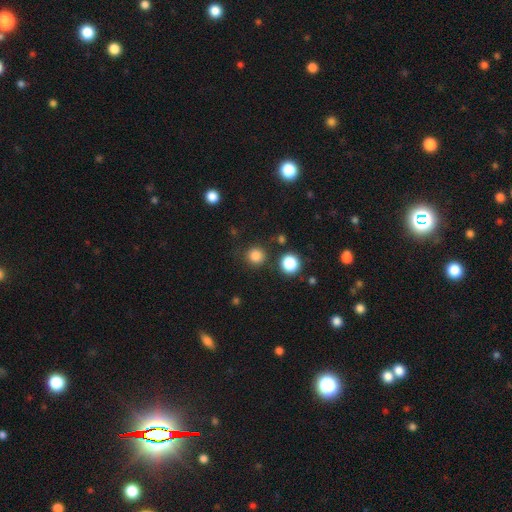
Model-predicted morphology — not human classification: This appears to be a smooth galaxy with no disk features (83%) that is round (93%). Merging: none (85%).